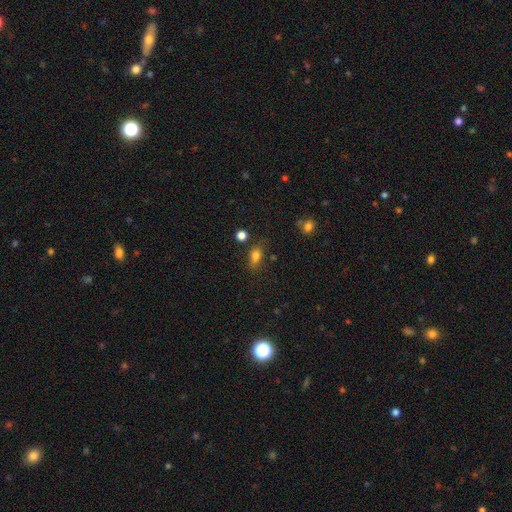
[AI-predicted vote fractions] smooth_or_featured: smooth (p=0.77) [alt: star or artifact p=0.13]
how_rounded: in between (p=0.75) [alt: round p=0.18]
merging: none (p=0.63) [alt: minor disturbance p=0.22]